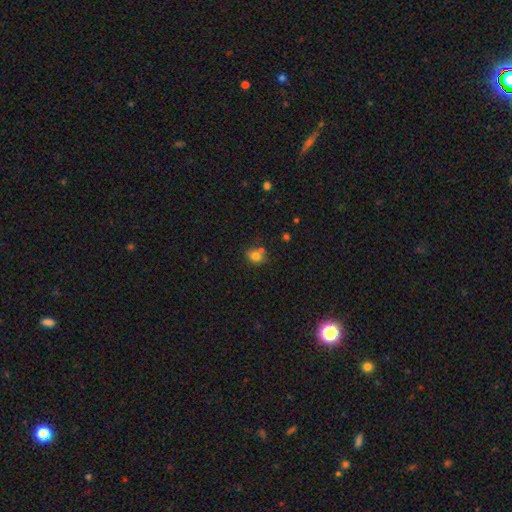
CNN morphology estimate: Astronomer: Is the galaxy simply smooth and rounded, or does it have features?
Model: smooth — 77%.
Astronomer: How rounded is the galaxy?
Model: round — 67%.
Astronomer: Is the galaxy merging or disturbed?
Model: none — 63%.